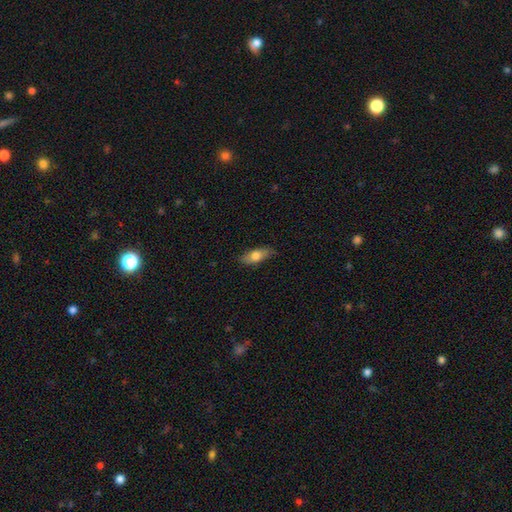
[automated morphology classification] The model was most divided on "smooth or featured": smooth: 72%, featured or disk: 22%, star or artifact: 6%. More confident: merging — none (80%); how rounded — in between (76%).